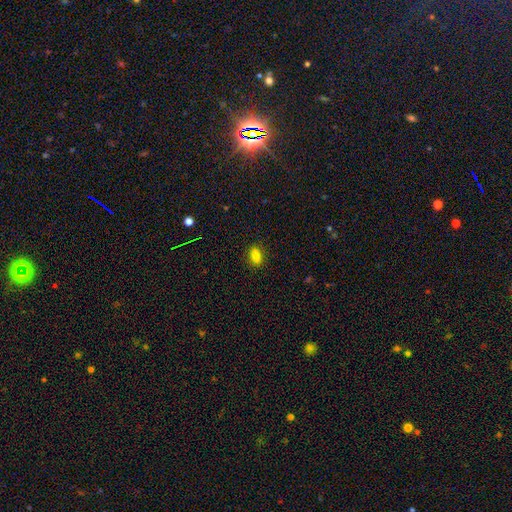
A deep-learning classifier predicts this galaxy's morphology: Overall: smooth (82%). How rounded: in between (84%). Merging: none (88%).